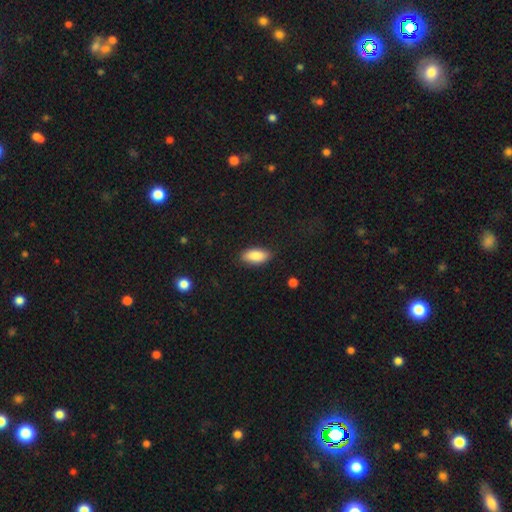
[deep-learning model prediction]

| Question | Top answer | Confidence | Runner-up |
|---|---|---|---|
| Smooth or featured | smooth | 87% | featured or disk (7%) |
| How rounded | in between | 88% | cigar-shaped (10%) |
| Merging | none | 86% | minor disturbance (11%) |